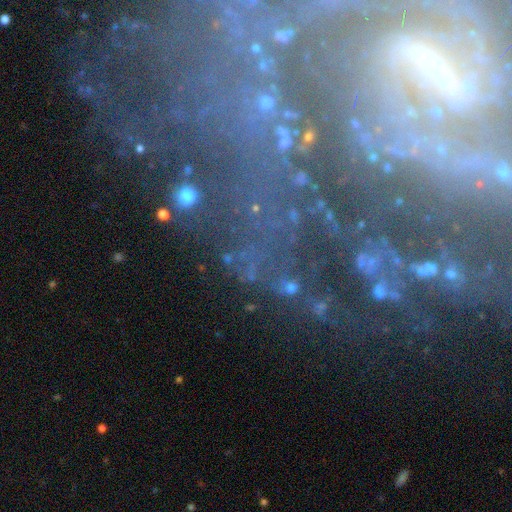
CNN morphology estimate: smooth-or-featured: star or artifact: 45% | featured or disk: 38% | smooth: 16%